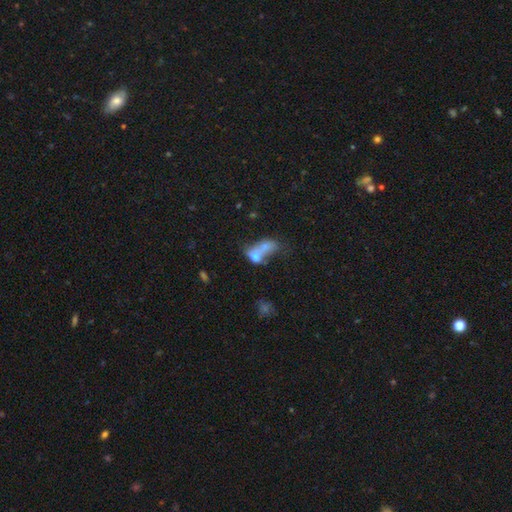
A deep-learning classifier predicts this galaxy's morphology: This is likely a smooth galaxy (61%). How rounded: likely in between (68%). Merging: likely merger (68%).